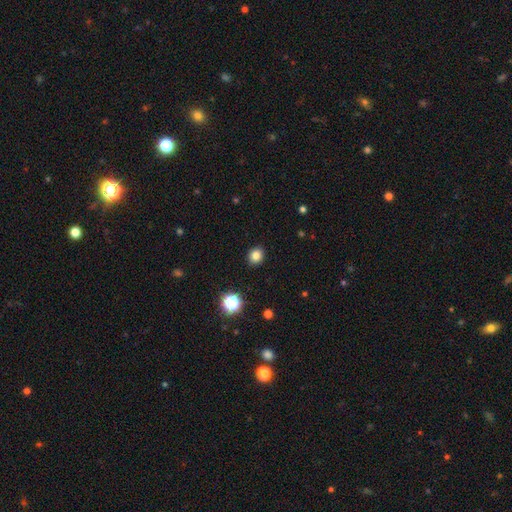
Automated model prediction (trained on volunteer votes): Smooth or featured? Predicted: smooth (p=0.82). How rounded? Predicted: round (p=0.70). Merging? Predicted: none (p=0.91).